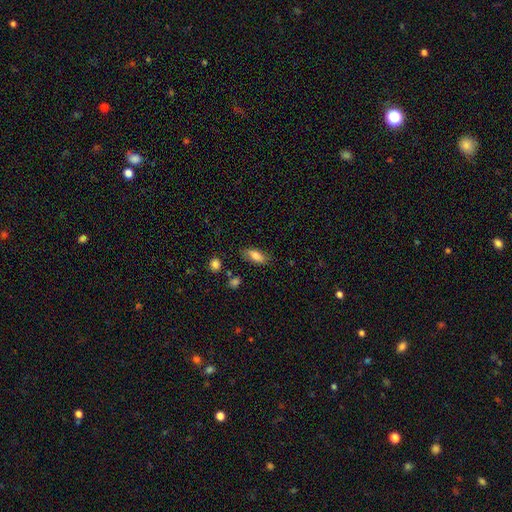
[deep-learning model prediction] This appears to be a smooth galaxy with no disk features (78%) that is in between round and cigar-shaped (79%). Merging: none (79%).